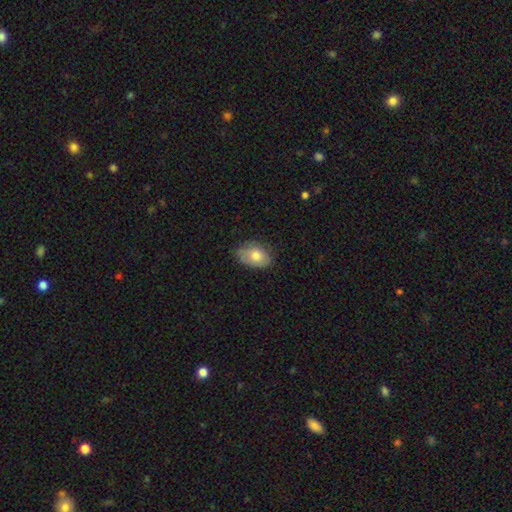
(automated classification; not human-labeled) smooth_or_featured: smooth (p=0.77) [alt: featured or disk p=0.16]
how_rounded: in between (p=0.83) [alt: round p=0.15]
merging: none (p=0.66) [alt: minor disturbance p=0.28]